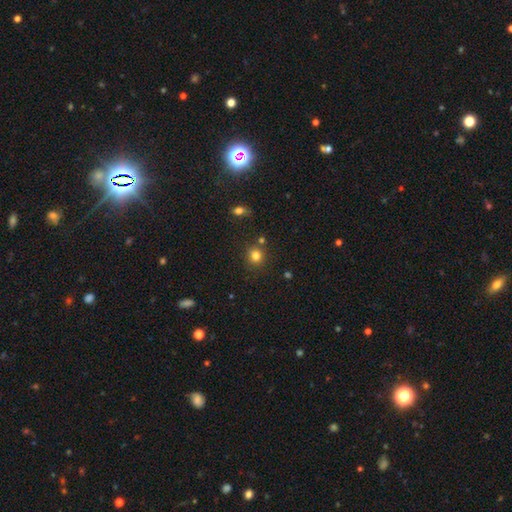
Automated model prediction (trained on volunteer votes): This is likely a smooth galaxy (80%). How rounded: clearly round (87%). Merging: likely none (80%).